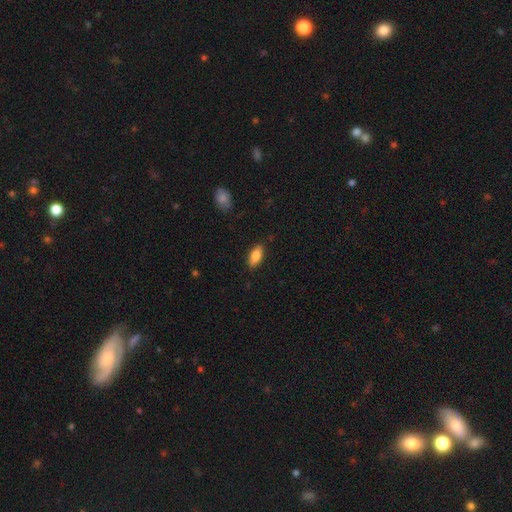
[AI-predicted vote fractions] Smooth or featured: smooth — 79% (featured or disk — 15%)
How rounded: in between — 84% (cigar-shaped — 14%)
Merging: none — 87% (minor disturbance — 10%)